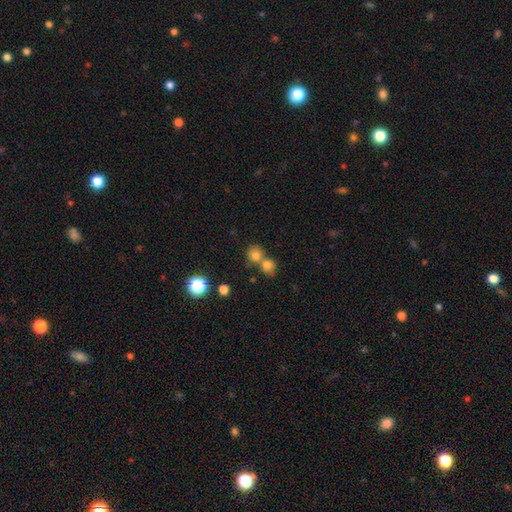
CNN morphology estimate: Overall: smooth (76%). How rounded: round (83%). Merging: merger (48%; none 43%).